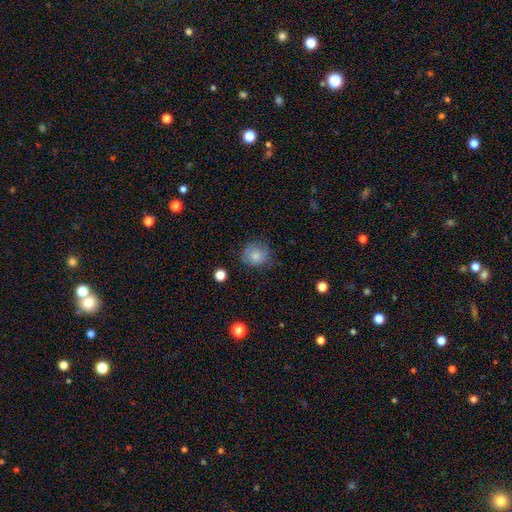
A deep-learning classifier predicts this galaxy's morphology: Smooth or featured? smooth (81%)
How rounded? round (81%)
Merging? none (71%)